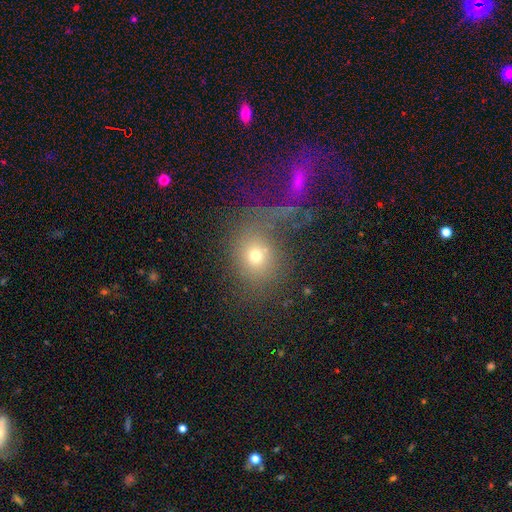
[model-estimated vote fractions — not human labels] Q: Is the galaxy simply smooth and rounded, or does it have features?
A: smooth — 62%.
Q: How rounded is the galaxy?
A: round — 69%.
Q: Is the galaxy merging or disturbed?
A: merger — 33%.